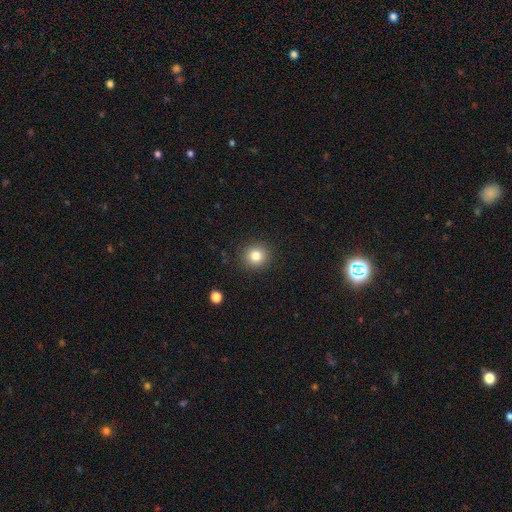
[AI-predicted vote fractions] Q: Smooth or featured?
A: smooth (82%); runner-up: star or artifact (11%)
Q: How rounded?
A: round (90%); runner-up: in between (9%)
Q: Merging?
A: none (90%); runner-up: minor disturbance (6%)